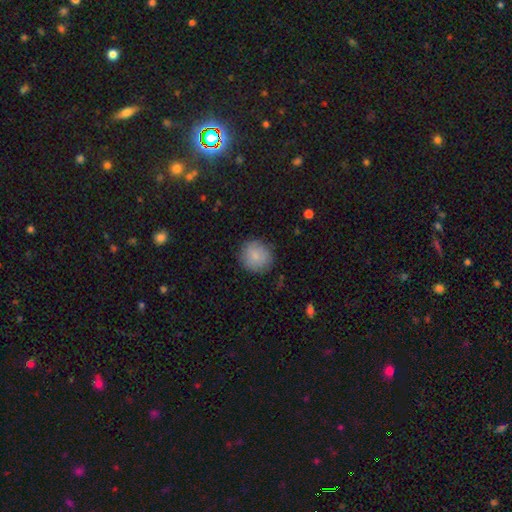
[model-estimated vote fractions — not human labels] Smooth or featured: smooth — 86% (featured or disk — 7%)
How rounded: round — 91% (in between — 8%)
Merging: none — 85% (minor disturbance — 11%)